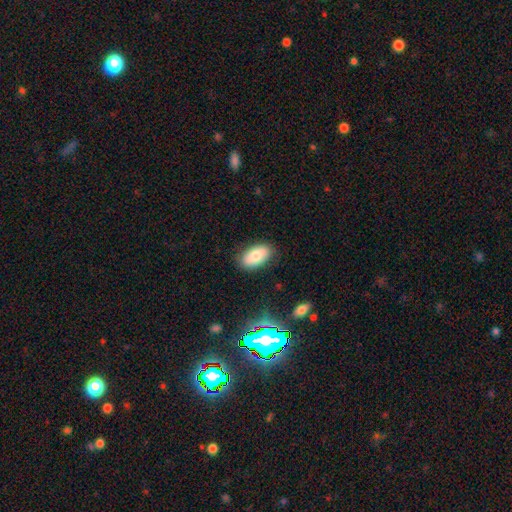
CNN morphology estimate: Smooth or featured: smooth — 76% (featured or disk — 16%)
How rounded: in between — 94% (round — 4%)
Merging: none — 83% (minor disturbance — 12%)